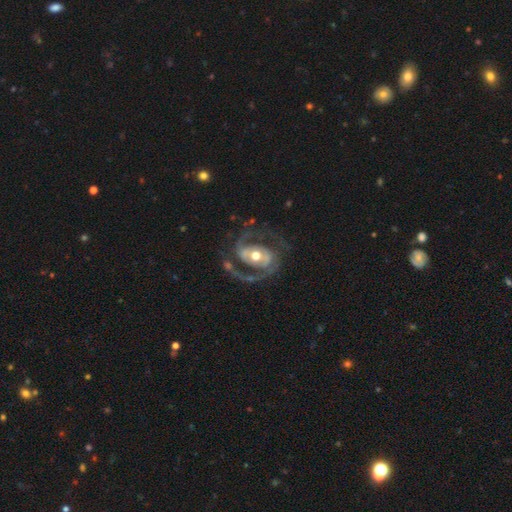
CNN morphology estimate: A featured or disk galaxy (90%) with no bar (43%), 2 (86%) medium (55%) spiral arms (95%) and a moderate central bulge (74%).

Vote fractions:
- Smooth or featured? featured or disk: 90% / smooth: 6% / star or artifact: 4%
- Edge-on disk? no: 97% / yes: 3%
- Bar? no: 43% / weak: 34% / strong: 23%
- Spiral arms? yes: 95% / no: 5%
- Spiral winding? medium: 55% / tight: 23% / loose: 22%
- Spiral arm count? 2: 86% / 3: 4% / can't tell: 4% / 1: 3% / 4: 1% / more than 4: 1%
- Bulge size? moderate: 74% / large: 13% / small: 11% / dominant: 1% / none: 1%
- Merging? none: 66% / major disturbance: 16% / minor disturbance: 15% / merger: 3%